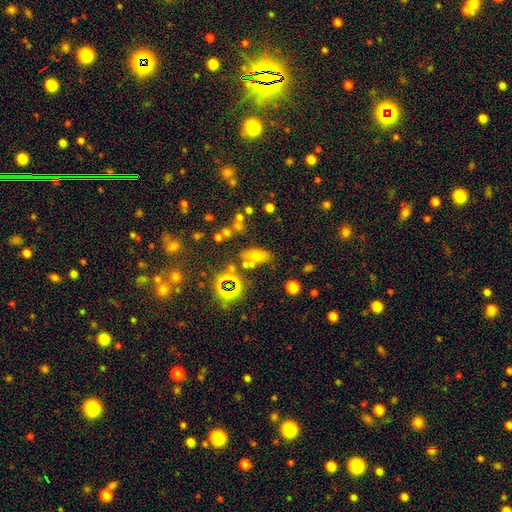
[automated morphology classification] Q: Smooth or featured?
A: smooth (60%); runner-up: star or artifact (23%)
Q: How rounded?
A: in between (78%); runner-up: round (12%)
Q: Merging?
A: none (63%); runner-up: minor disturbance (15%)